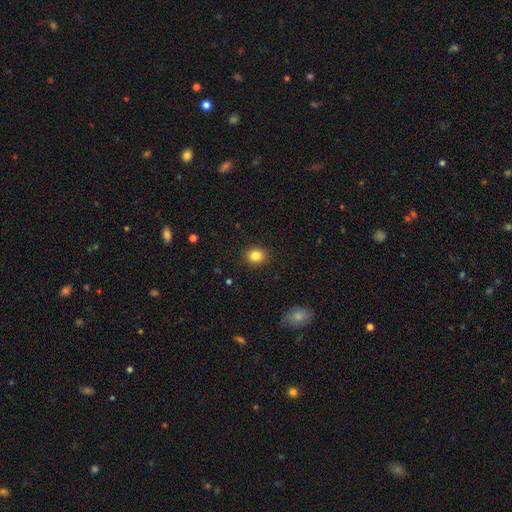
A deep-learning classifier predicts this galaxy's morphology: A smooth galaxy with no disk features (84%) that is round (69%).

Vote fractions:
- Smooth or featured? smooth: 84% / star or artifact: 11% / featured or disk: 6%
- How rounded? round: 69% / in between: 30% / cigar-shaped: 1%
- Merging? none: 90% / minor disturbance: 7% / major disturbance: 2% / merger: 1%